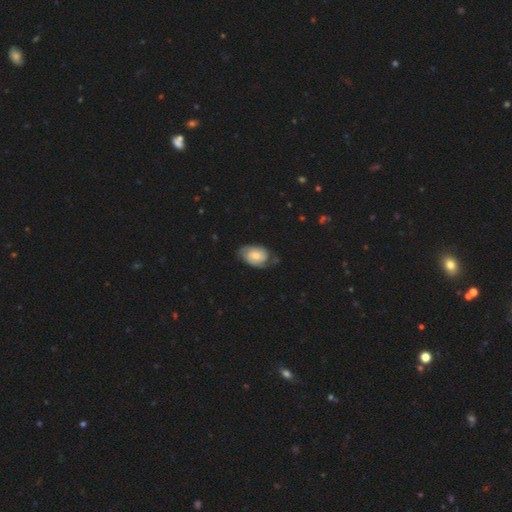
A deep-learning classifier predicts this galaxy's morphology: The model was most divided on "smooth or featured": featured or disk: 53%, smooth: 40%, star or artifact: 6%. Remaining: edge-on disk — no (96%); spiral arms — yes (85%); bar — no (66%); merging — none (61%); bulge size — moderate (48%).